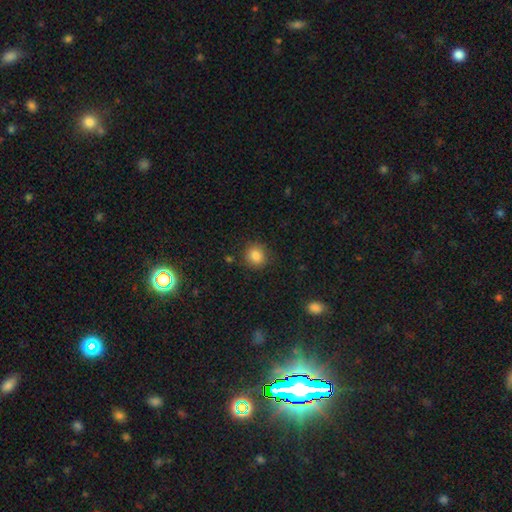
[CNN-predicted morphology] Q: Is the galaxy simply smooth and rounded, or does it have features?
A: smooth — 85%.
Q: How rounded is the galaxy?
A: round — 85%.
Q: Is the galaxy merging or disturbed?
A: none — 87%.